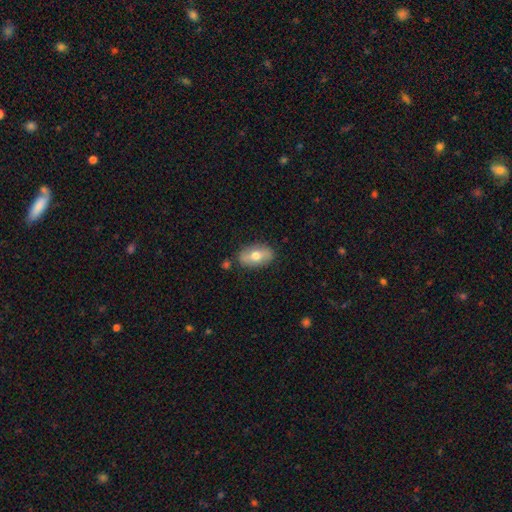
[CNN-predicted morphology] A smooth galaxy with no disk features (59%) that is in between round and cigar-shaped (88%). Merging: none (82%).